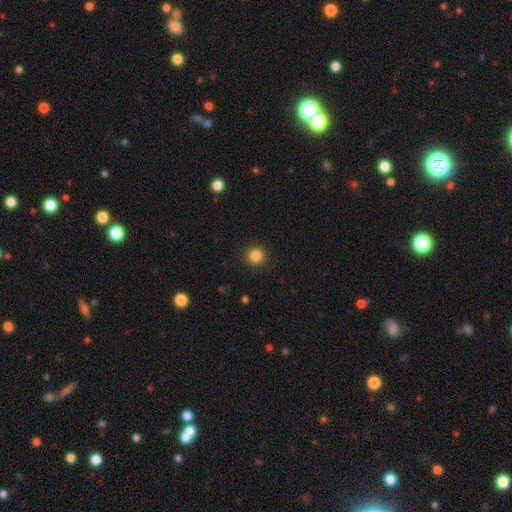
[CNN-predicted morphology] The model was most divided on "smooth or featured": smooth: 85%, star or artifact: 11%, featured or disk: 4%. More confident: how rounded — round (94%); merging — none (92%).